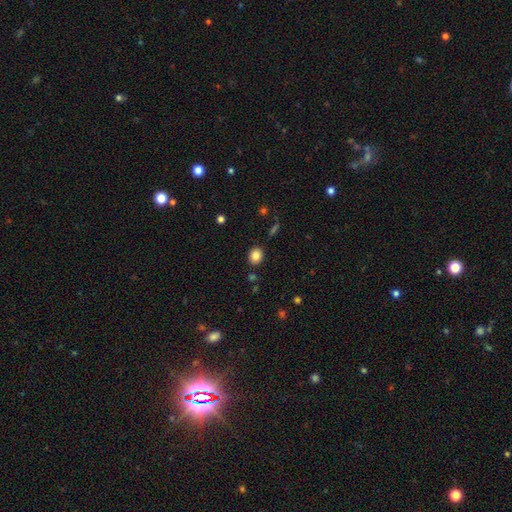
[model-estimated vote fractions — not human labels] Smooth or featured?
  - smooth: 84% *
  - star or artifact: 10%
  - featured or disk: 6%
How rounded?
  - round: 58% *
  - in between: 41%
  - cigar-shaped: 1%
Merging?
  - none: 87% *
  - minor disturbance: 8%
  - merger: 2%
  - major disturbance: 2%